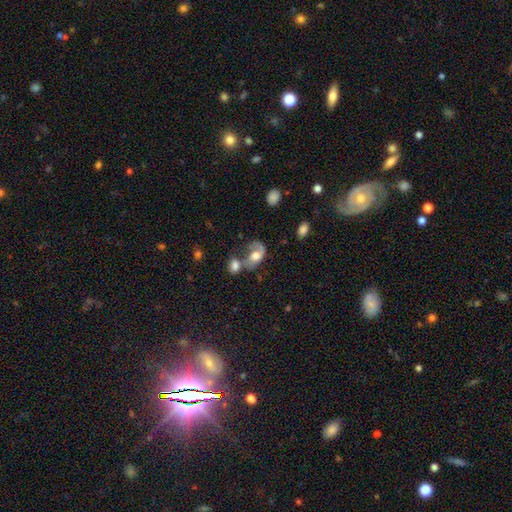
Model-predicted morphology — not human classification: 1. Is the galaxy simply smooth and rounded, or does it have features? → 50% featured or disk, 42% smooth, 8% star or artifact.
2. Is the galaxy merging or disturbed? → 50% merger, 21% major disturbance, 18% none, 11% minor disturbance.